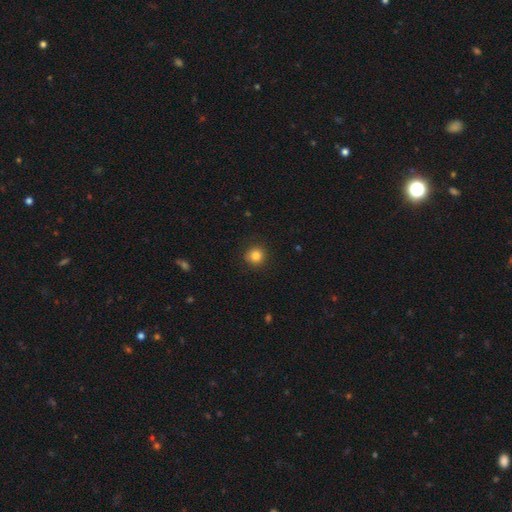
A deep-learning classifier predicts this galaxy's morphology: Overall: smooth (84%). How rounded: round (92%). Merging: none (89%).